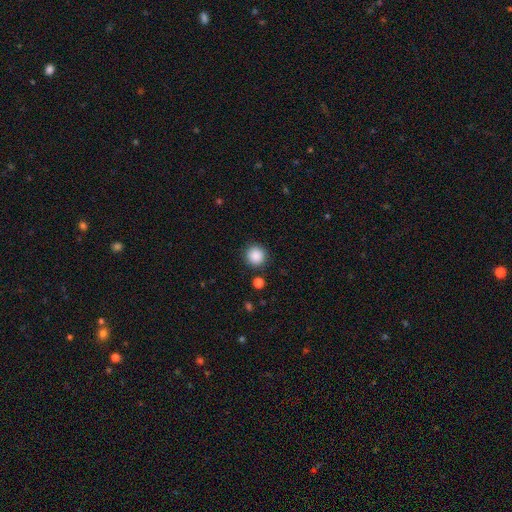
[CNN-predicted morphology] A smooth galaxy with no disk features (88%) that is round (94%). Merging: none (89%).